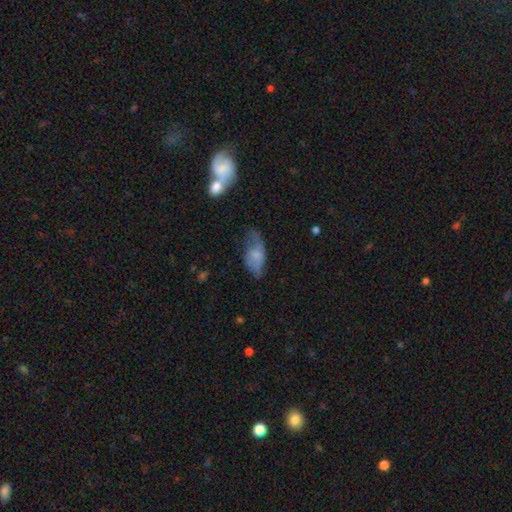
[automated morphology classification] Smooth or featured? smooth (55%)
How rounded? in between (89%)
Merging? none (35%)